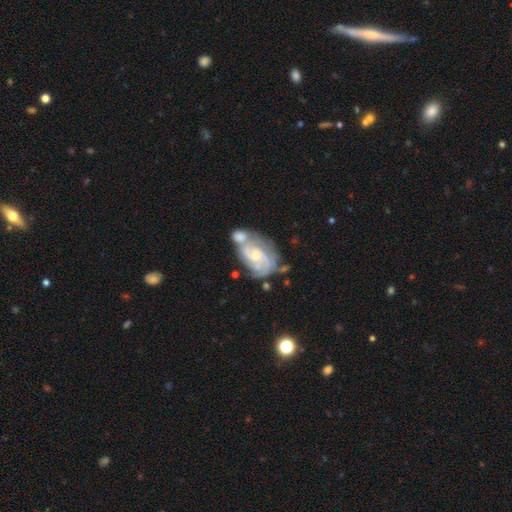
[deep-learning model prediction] A featured or disk galaxy (81%) with no bar (62%), 2 (39%) tight (52%) spiral arms (92%) and a small central bulge (56%).

Vote fractions:
- Smooth or featured? featured or disk: 81% / smooth: 13% / star or artifact: 6%
- Edge-on disk? no: 97% / yes: 3%
- Bar? no: 62% / weak: 32% / strong: 6%
- Spiral arms? yes: 92% / no: 8%
- Spiral winding? tight: 52% / medium: 37% / loose: 11%
- Spiral arm count? 2: 39% / can't tell: 28% / 3: 19% / 4: 5% / 1: 5% / more than 4: 3%
- Bulge size? small: 56% / moderate: 37% / none: 4% / large: 2% / dominant: 1%
- Merging? merger: 39% / none: 31% / minor disturbance: 18% / major disturbance: 12%